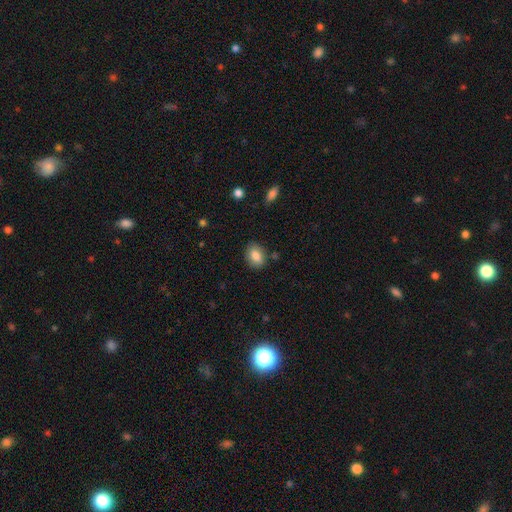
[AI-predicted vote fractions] The model was most divided on "how rounded": in between: 73%, round: 26%, cigar-shaped: 1%. More confident: merging — none (83%); smooth or featured — smooth (83%).